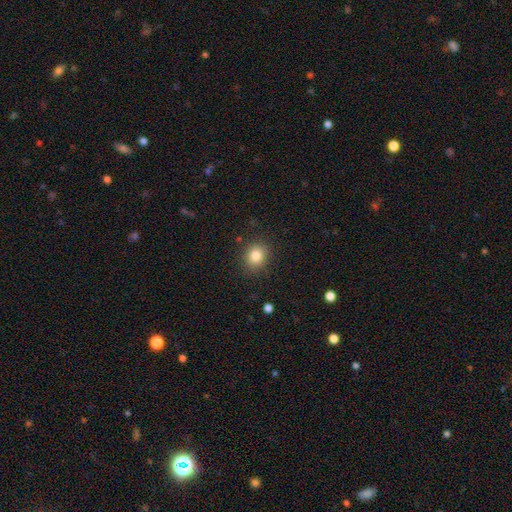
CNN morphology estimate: Smooth or featured: smooth — 83% (star or artifact — 11%)
How rounded: round — 71% (in between — 28%)
Merging: none — 87% (minor disturbance — 9%)